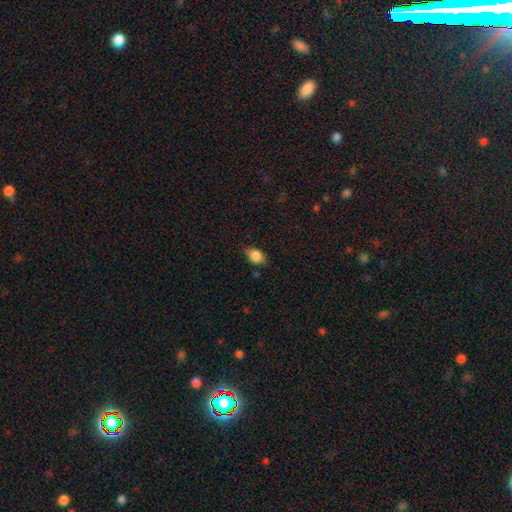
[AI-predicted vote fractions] This appears to be a smooth galaxy with no disk features (86%) that is in between round and cigar-shaped (66%). Merging: none (75%).